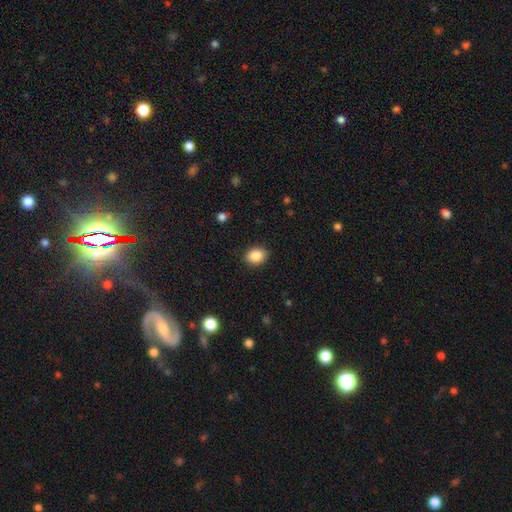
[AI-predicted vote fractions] smooth-or-featured: smooth: 87% | star or artifact: 8% | featured or disk: 4%
  how-rounded: in between: 62% | round: 37% | cigar-shaped: 1%
  merging: none: 88% | minor disturbance: 9% | major disturbance: 2% | merger: 1%